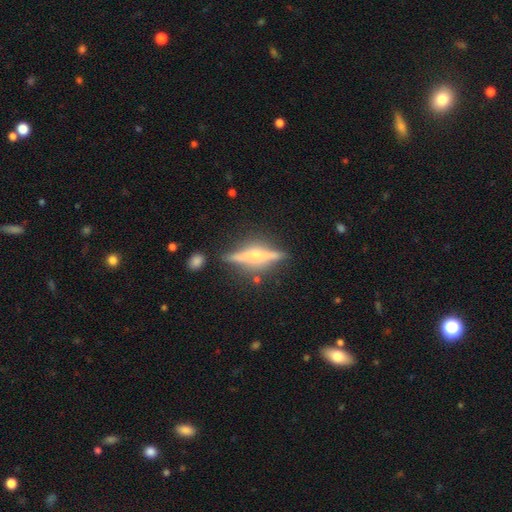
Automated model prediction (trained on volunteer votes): The model was most divided on "smooth or featured": featured or disk: 77%, smooth: 16%, star or artifact: 7%. More confident: edge-on disk — yes (96%); edge-on bulge — rounded (86%); merging — none (82%).